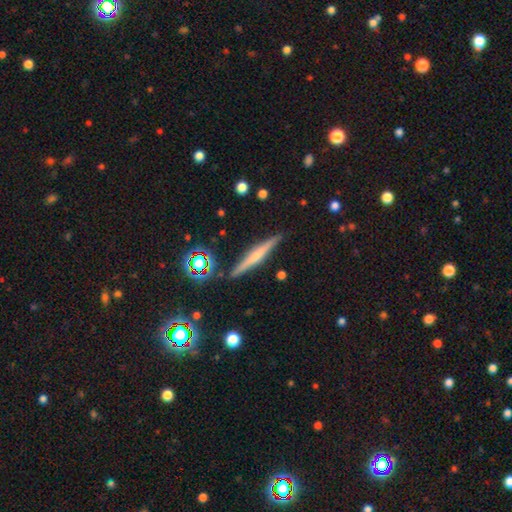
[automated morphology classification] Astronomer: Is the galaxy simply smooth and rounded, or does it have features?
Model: featured or disk — 51% (runner-up: smooth, 38%).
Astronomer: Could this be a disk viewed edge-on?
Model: yes — 96%.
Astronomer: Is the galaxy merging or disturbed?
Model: none — 89%.